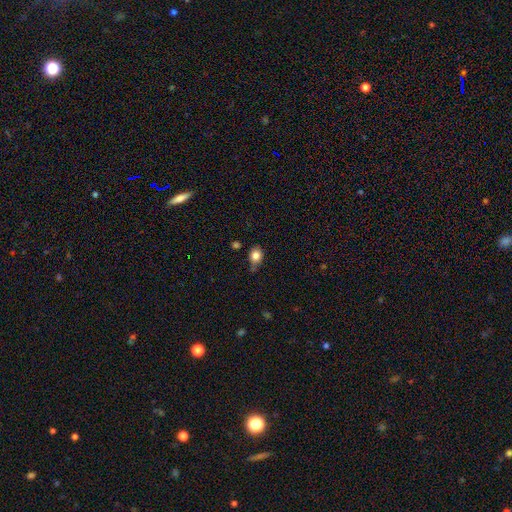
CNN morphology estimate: The model was most divided on "how rounded": round: 57%, in between: 42%, cigar-shaped: 1%. More confident: smooth or featured — smooth (82%); merging — none (63%).